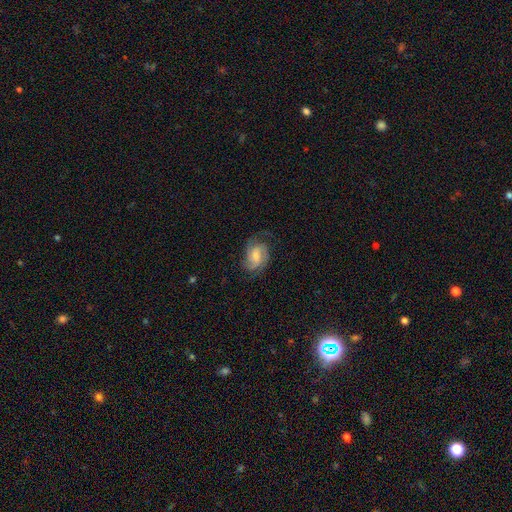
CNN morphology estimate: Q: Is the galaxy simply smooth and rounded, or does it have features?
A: featured or disk — 67%.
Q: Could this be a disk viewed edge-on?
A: no — 97%.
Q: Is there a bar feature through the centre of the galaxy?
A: weak — 48%.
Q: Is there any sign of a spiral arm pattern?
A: yes — 92%.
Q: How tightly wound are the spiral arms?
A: medium — 44%.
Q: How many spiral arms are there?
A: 2 — 39%.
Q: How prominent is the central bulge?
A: moderate — 47%.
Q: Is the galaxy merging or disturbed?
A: none — 63%.